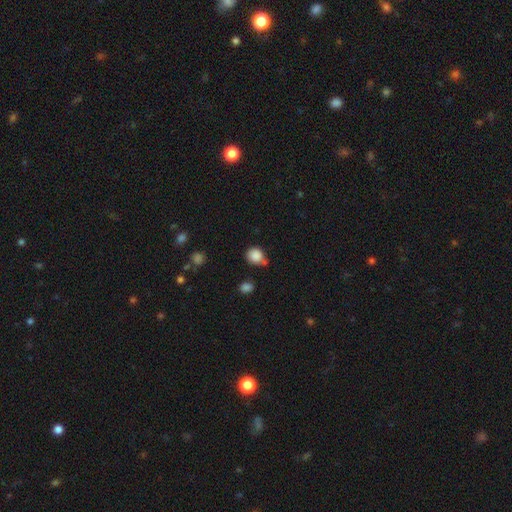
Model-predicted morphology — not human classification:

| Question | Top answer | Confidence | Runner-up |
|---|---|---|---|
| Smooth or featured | smooth | 86% | star or artifact (10%) |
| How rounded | round | 80% | in between (19%) |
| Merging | none | 60% | minor disturbance (22%) |